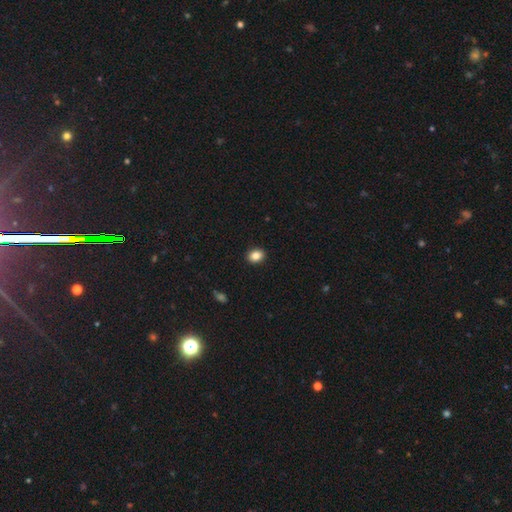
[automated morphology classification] Overall: smooth (86%). How rounded: in between (56%; round 43%). Merging: none (91%).